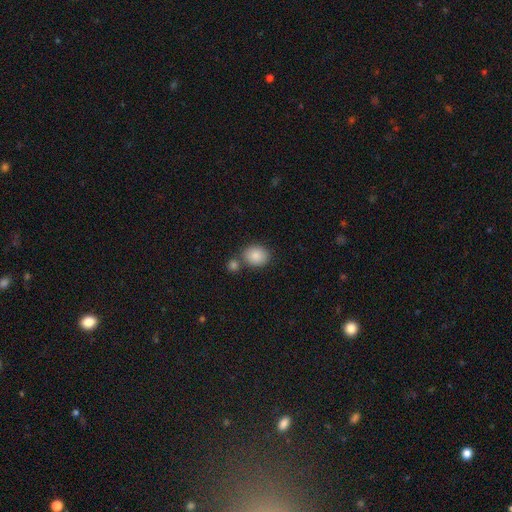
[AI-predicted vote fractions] A smooth galaxy with no disk features (86%) that is round (61%). Merging: none (64%).